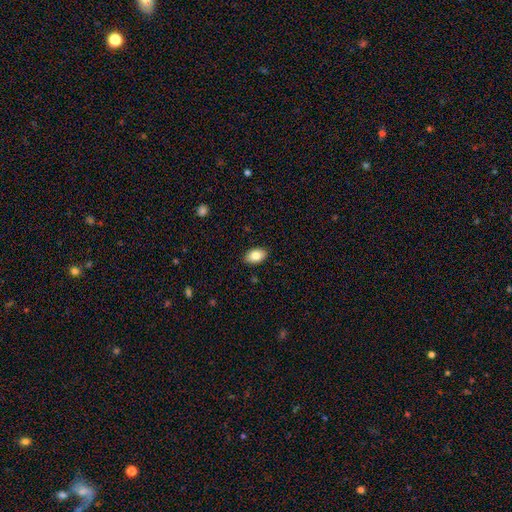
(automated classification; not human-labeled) The model was most divided on "smooth or featured": smooth: 83%, featured or disk: 9%, star or artifact: 7%. More confident: how rounded — in between (89%); merging — none (88%).